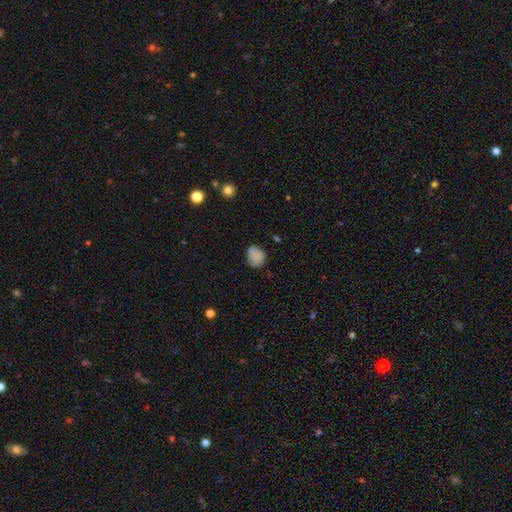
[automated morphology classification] This appears to be a smooth galaxy with no disk features (80%) that is round (72%). Merging: none (65%).